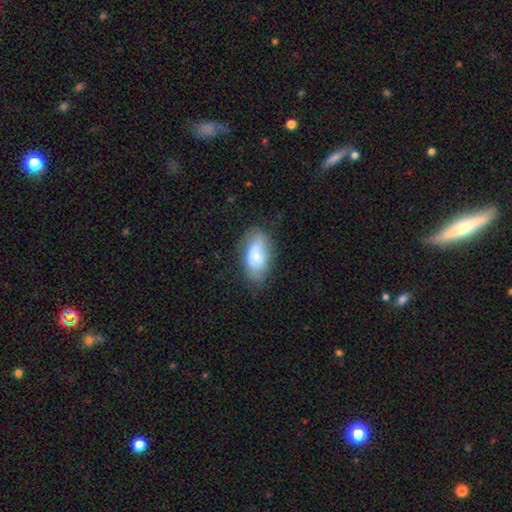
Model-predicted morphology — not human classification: Smooth or featured? Predicted: smooth (p=0.71). How rounded? Predicted: in between (p=0.91). Merging? Predicted: none (p=0.69).